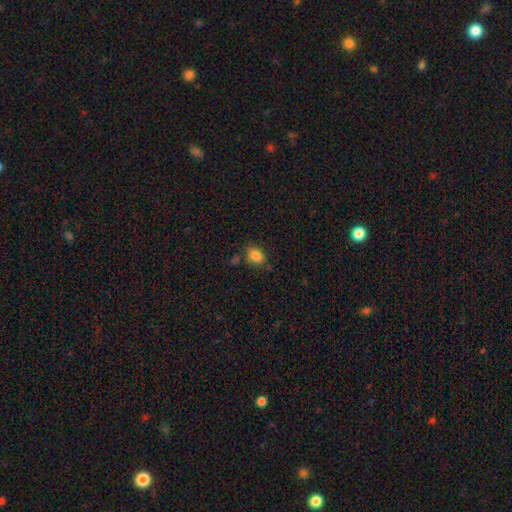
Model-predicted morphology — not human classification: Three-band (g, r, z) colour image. It shows a smooth galaxy with no disk features (84%) that is in between round and cigar-shaped (68%). Merging: none (72%).